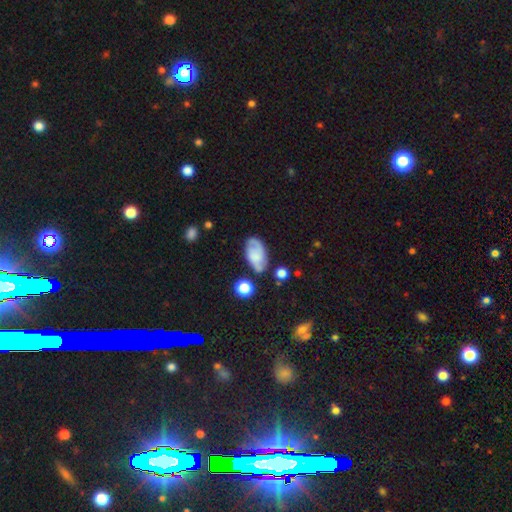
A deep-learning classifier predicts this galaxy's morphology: The model was most divided on "smooth or featured": featured or disk: 51%, smooth: 40%, star or artifact: 9%. More confident: edge-on disk — no (95%); merging — none (60%).